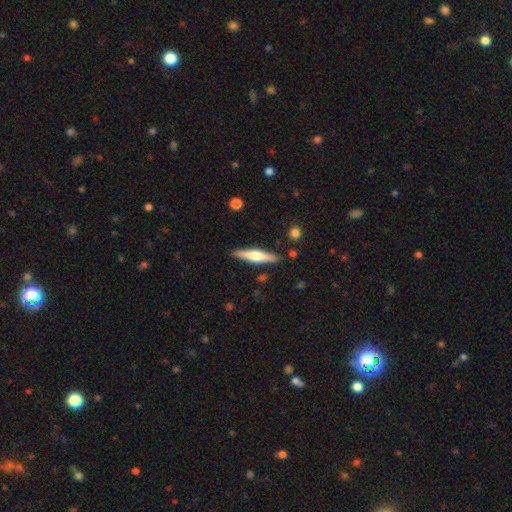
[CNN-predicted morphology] This is possibly a featured or disk galaxy (55%). It is clearly viewed edge-on (96%). Edge-on bulge: clearly rounded (85%). Merging: clearly none (88%).